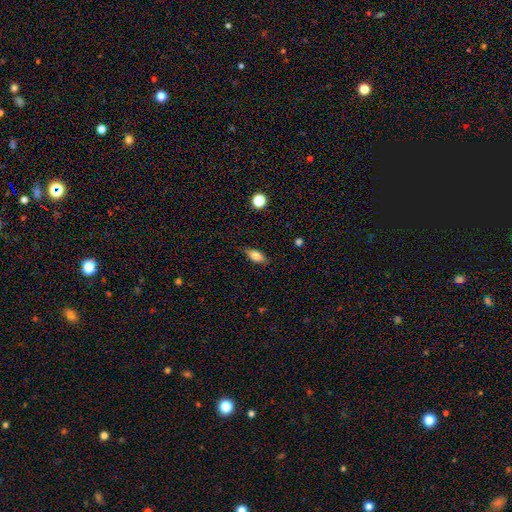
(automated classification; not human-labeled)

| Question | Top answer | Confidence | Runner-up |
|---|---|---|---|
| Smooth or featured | smooth | 78% | featured or disk (13%) |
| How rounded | in between | 82% | cigar-shaped (12%) |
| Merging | none | 81% | minor disturbance (15%) |